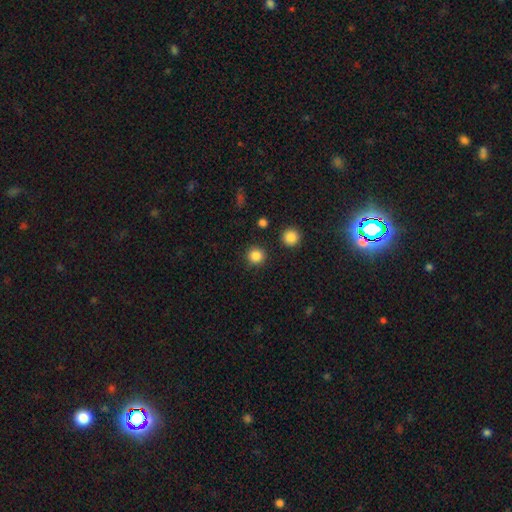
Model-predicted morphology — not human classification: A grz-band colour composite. It shows a smooth galaxy with no disk features (85%) that is round (94%). Merging: none (90%).